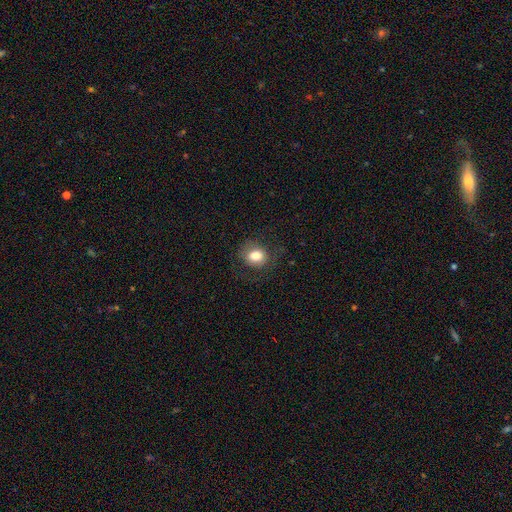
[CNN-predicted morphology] This appears to be a smooth galaxy with no disk features (78%) that is round (61%). Merging: none (78%).